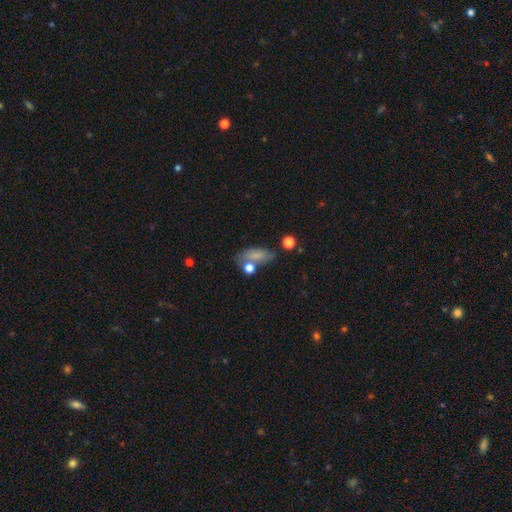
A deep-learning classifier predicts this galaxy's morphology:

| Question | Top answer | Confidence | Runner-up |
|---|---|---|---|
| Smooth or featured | smooth | 74% | featured or disk (16%) |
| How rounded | in between | 83% | cigar-shaped (9%) |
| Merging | none | 53% | minor disturbance (21%) |